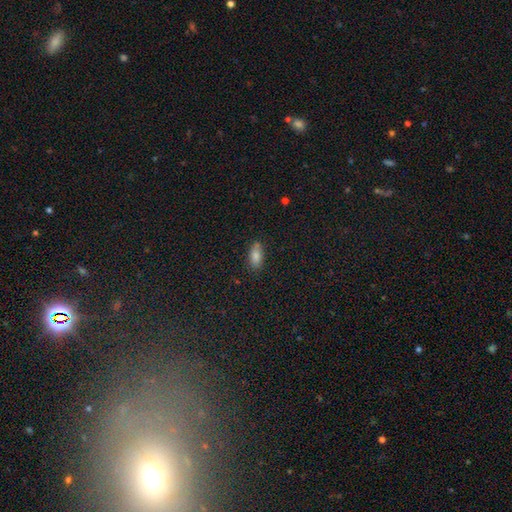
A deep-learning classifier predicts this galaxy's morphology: Smooth or featured: smooth — 80% (star or artifact — 12%)
How rounded: in between — 86% (cigar-shaped — 10%)
Merging: none — 81% (minor disturbance — 14%)